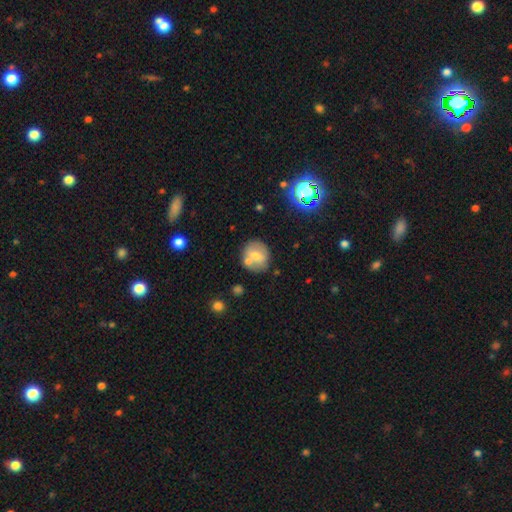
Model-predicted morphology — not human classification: Overall: smooth (62%; featured or disk 28%). How rounded: round (82%). Merging: none (65%).